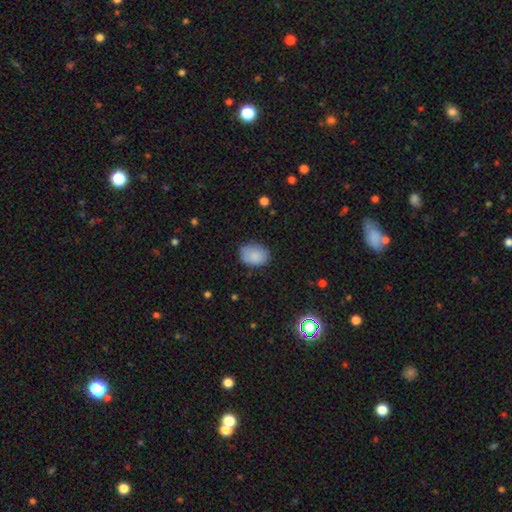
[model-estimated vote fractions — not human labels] A smooth galaxy with no disk features (85%) that is in between round and cigar-shaped (69%).

Vote fractions:
- Smooth or featured? smooth: 85% / star or artifact: 8% / featured or disk: 7%
- How rounded? in between: 69% / round: 30% / cigar-shaped: 1%
- Merging? none: 71% / minor disturbance: 22% / major disturbance: 5% / merger: 2%